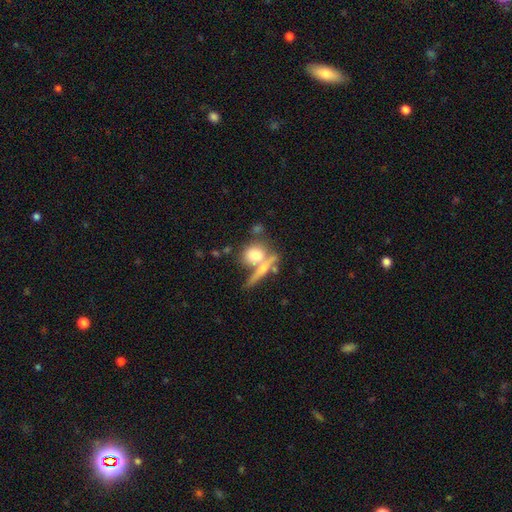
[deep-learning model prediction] Smooth or featured? Predicted: smooth (p=0.69). How rounded? Predicted: round (p=0.57). Merging? Predicted: none (p=0.43).